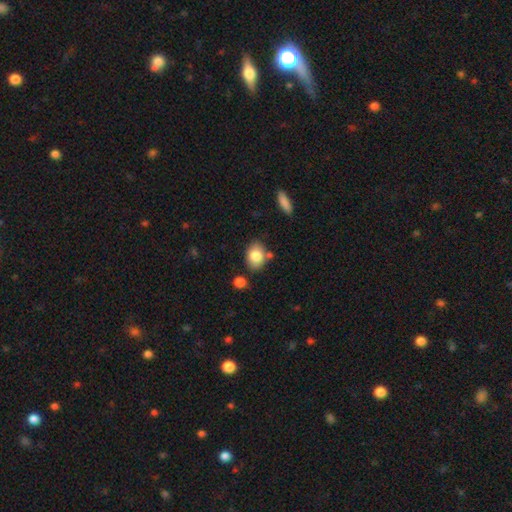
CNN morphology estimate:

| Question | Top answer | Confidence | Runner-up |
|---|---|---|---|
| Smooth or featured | smooth | 82% | featured or disk (10%) |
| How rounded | in between | 72% | round (27%) |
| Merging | none | 71% | minor disturbance (16%) |